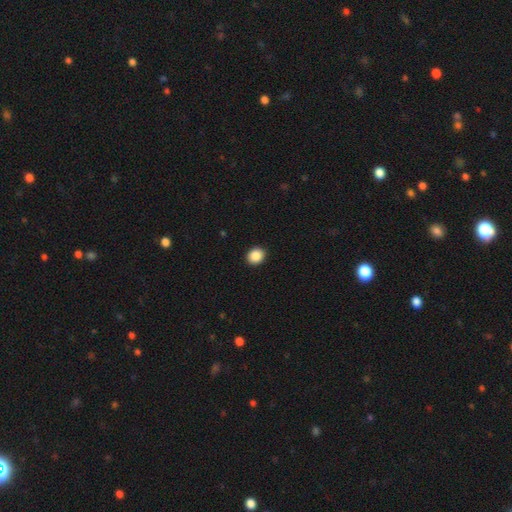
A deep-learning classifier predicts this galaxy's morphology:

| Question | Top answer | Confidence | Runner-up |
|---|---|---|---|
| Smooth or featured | smooth | 88% | star or artifact (9%) |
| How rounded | round | 71% | in between (28%) |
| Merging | none | 92% | minor disturbance (5%) |